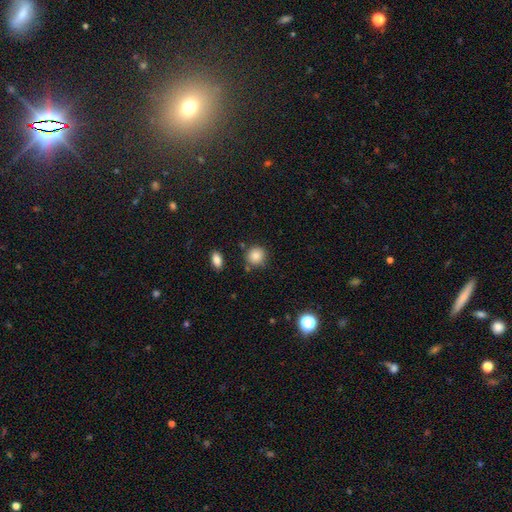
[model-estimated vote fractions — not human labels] Q: Smooth or featured?
A: smooth (85%); runner-up: star or artifact (10%)
Q: How rounded?
A: round (88%); runner-up: in between (11%)
Q: Merging?
A: none (81%); runner-up: minor disturbance (11%)